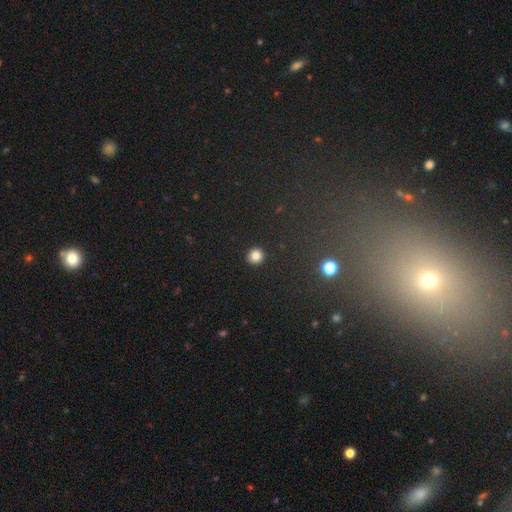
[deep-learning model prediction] smooth 83%, star or artifact 12%, featured or disk 5%. Down the decision tree: how rounded — round (92%); merging — none (93%).